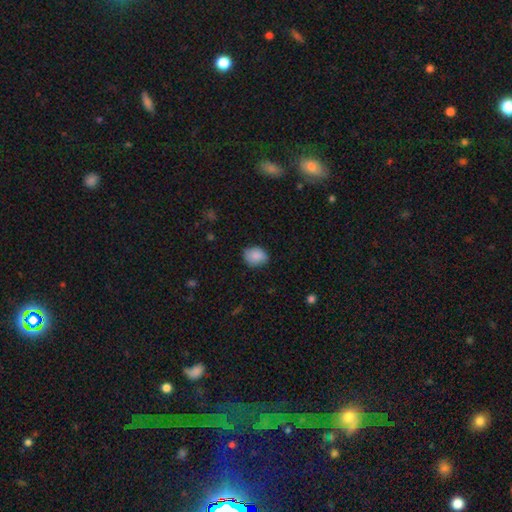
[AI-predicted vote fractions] Smooth or featured?
  - smooth: 87% *
  - star or artifact: 7%
  - featured or disk: 6%
How rounded?
  - round: 51% *
  - in between: 48%
  - cigar-shaped: 1%
Merging?
  - none: 73% *
  - minor disturbance: 22%
  - major disturbance: 4%
  - merger: 1%